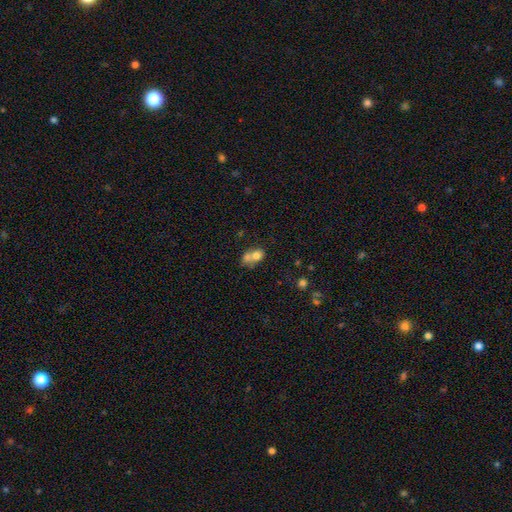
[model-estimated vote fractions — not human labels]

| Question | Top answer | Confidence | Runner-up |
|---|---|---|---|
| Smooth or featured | smooth | 69% | featured or disk (20%) |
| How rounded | round | 50% | in between (48%) |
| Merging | merger | 63% | none (23%) |